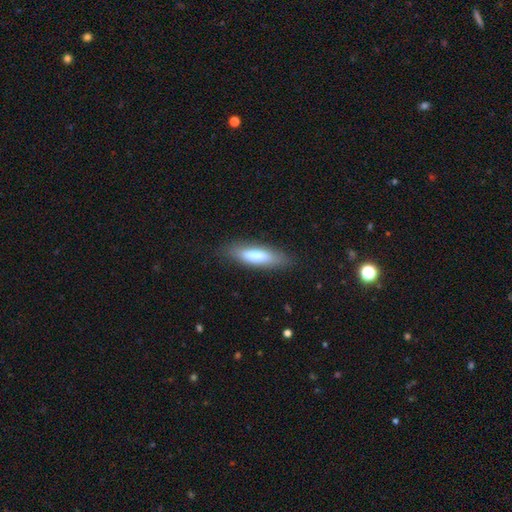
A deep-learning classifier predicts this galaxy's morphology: Overall: smooth (74%). How rounded: cigar-shaped (60%; in between 38%). Merging: none (83%).